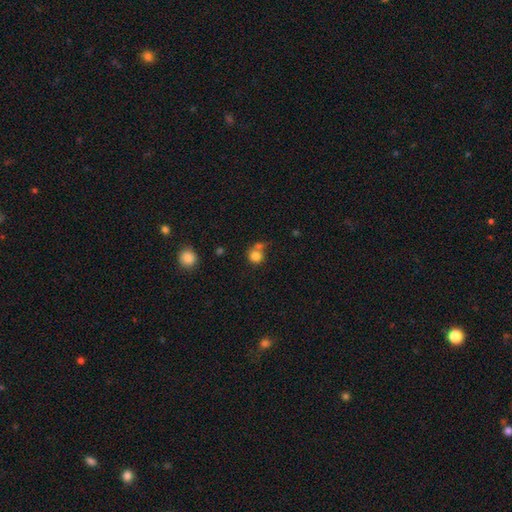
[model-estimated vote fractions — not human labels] This appears to be a smooth galaxy with no disk features (81%) that is round (86%). Merging: none (46%).